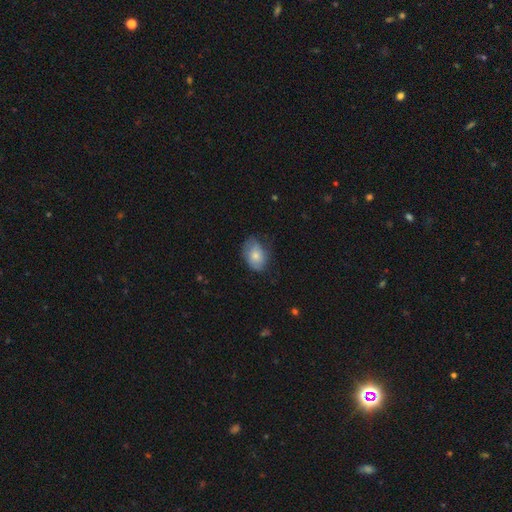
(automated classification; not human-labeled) Smooth or featured?
  - smooth: 73% *
  - featured or disk: 20%
  - star or artifact: 7%
How rounded?
  - in between: 80% *
  - round: 19%
  - cigar-shaped: 1%
Merging?
  - none: 60% *
  - minor disturbance: 30%
  - major disturbance: 9%
  - merger: 1%